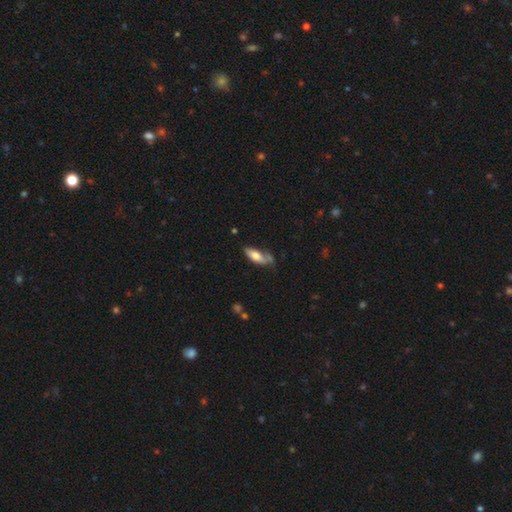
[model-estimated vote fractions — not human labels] Smooth or featured: smooth — 69% (featured or disk — 25%)
How rounded: in between — 70% (cigar-shaped — 28%)
Merging: none — 48% (minor disturbance — 29%)